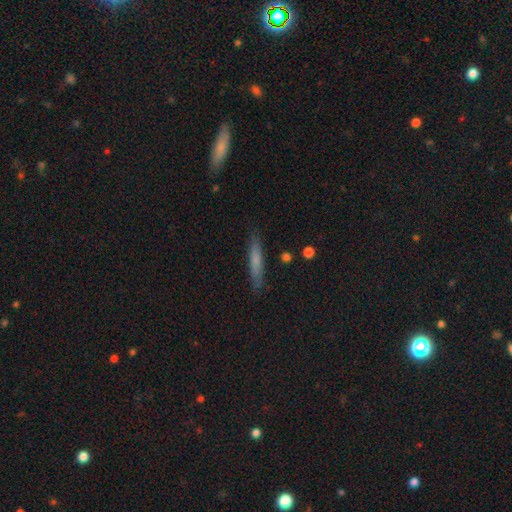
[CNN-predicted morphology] smooth 61%, featured or disk 30%, star or artifact 9%. Down the decision tree: how rounded — cigar-shaped (92%); merging — none (86%).